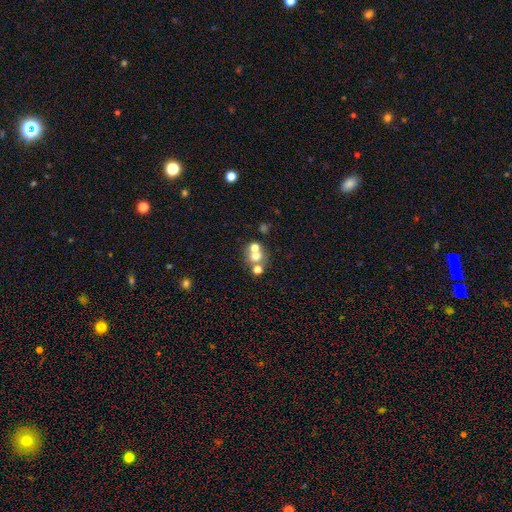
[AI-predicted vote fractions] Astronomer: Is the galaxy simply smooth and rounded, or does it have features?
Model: smooth — 59%.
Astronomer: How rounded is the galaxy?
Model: round — 77%.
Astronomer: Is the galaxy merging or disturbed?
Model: merger — 49% (runner-up: none, 40%).